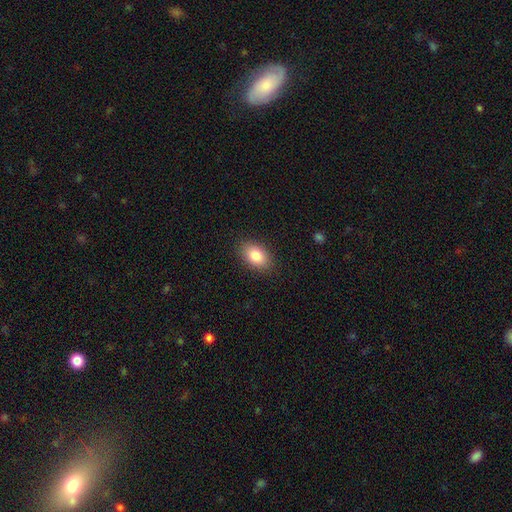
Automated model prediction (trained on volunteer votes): A smooth galaxy with no disk features (84%) that is in between round and cigar-shaped (88%).

Vote fractions:
- Smooth or featured? smooth: 84% / featured or disk: 8% / star or artifact: 8%
- How rounded? in between: 88% / round: 10% / cigar-shaped: 1%
- Merging? none: 88% / minor disturbance: 9% / major disturbance: 2% / merger: 1%